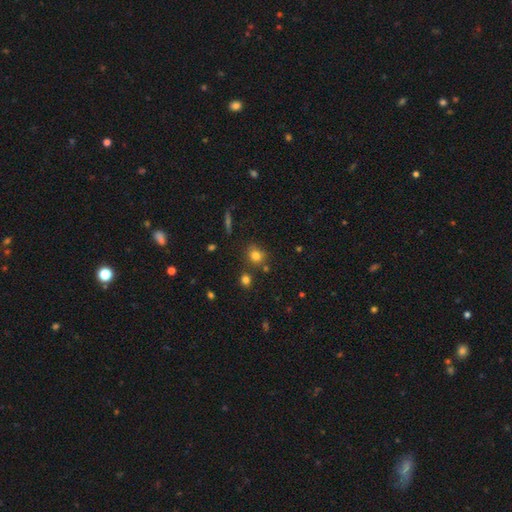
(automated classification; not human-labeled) A smooth galaxy with no disk features (76%) that is round (75%).

Vote fractions:
- Smooth or featured? smooth: 76% / star or artifact: 15% / featured or disk: 8%
- How rounded? round: 75% / in between: 23% / cigar-shaped: 1%
- Merging? none: 72% / minor disturbance: 14% / merger: 10% / major disturbance: 4%